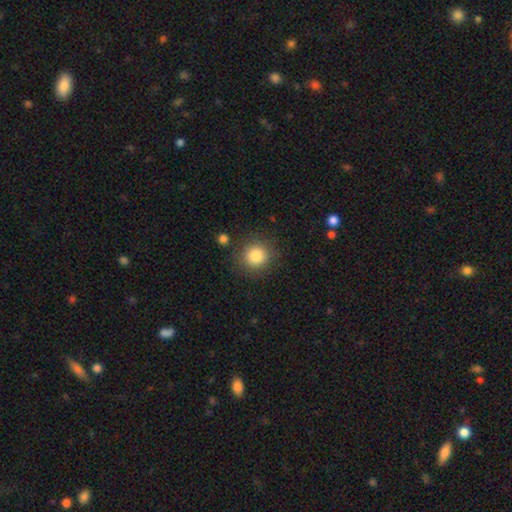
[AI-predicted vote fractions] Smooth or featured? Predicted: smooth (p=0.84). How rounded? Predicted: round (p=0.89). Merging? Predicted: none (p=0.85).